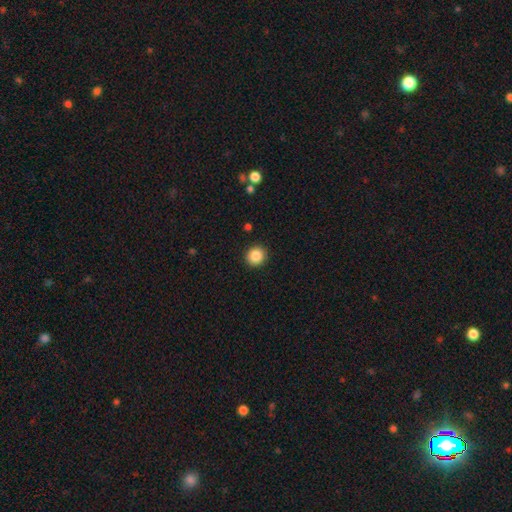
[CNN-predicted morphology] This is clearly a smooth galaxy (87%). How rounded: clearly round (91%). Merging: clearly none (92%).